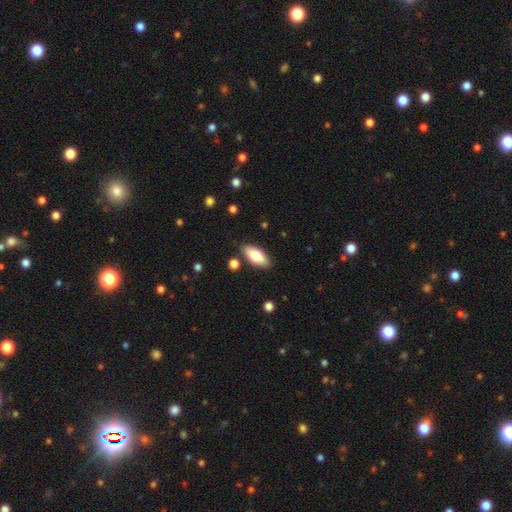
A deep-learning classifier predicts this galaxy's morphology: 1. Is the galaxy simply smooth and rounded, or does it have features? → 75% smooth, 18% featured or disk, 6% star or artifact.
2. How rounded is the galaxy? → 85% in between, 13% cigar-shaped, 2% round.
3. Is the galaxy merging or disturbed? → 85% none, 10% minor disturbance, 3% merger, 2% major disturbance.